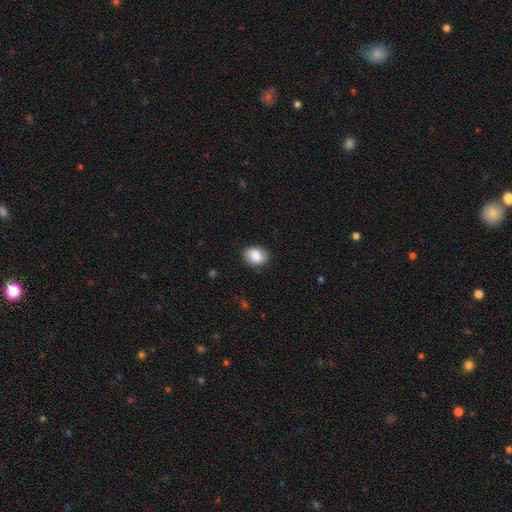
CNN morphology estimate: Smooth or featured?
  - smooth: 86% *
  - star or artifact: 7%
  - featured or disk: 7%
How rounded?
  - in between: 62% *
  - round: 37%
  - cigar-shaped: 1%
Merging?
  - none: 84% *
  - minor disturbance: 12%
  - major disturbance: 3%
  - merger: 1%